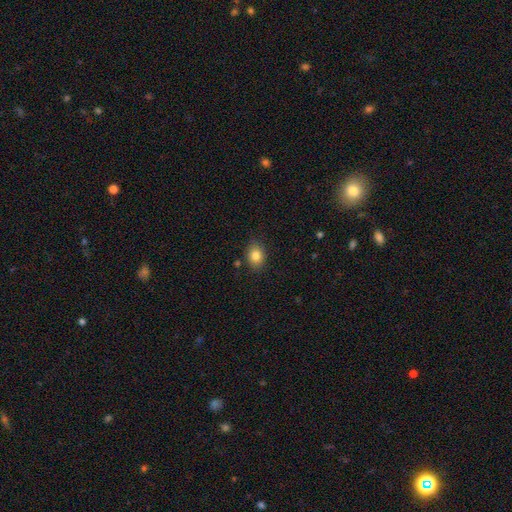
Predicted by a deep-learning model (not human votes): Smooth or featured? smooth (83%)
How rounded? in between (64%)
Merging? none (83%)